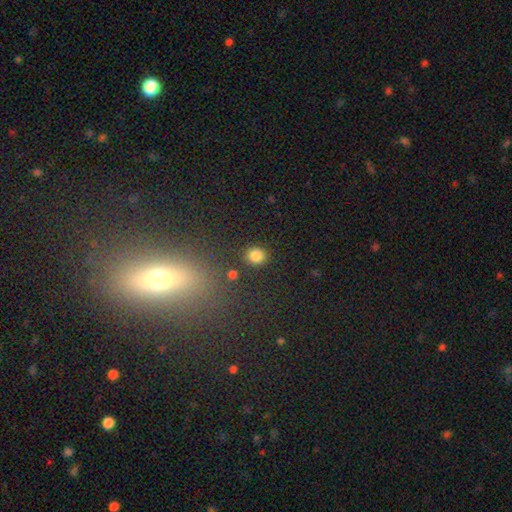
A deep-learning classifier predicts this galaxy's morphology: Smooth or featured: smooth — 83% (star or artifact — 12%)
How rounded: round — 80% (in between — 19%)
Merging: none — 86% (minor disturbance — 8%)